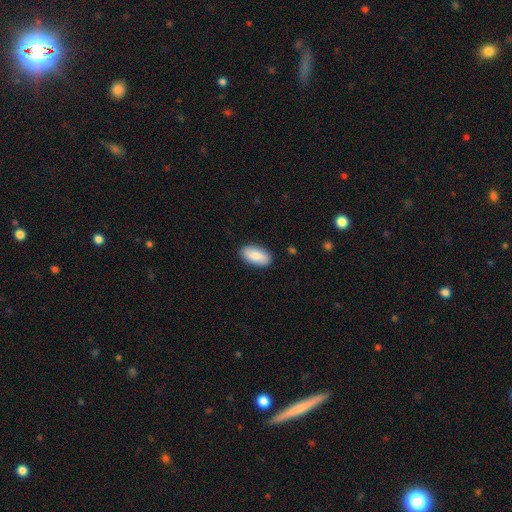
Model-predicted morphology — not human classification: Smooth or featured? Predicted: smooth (p=0.85). How rounded? Predicted: in between (p=0.93). Merging? Predicted: none (p=0.88).